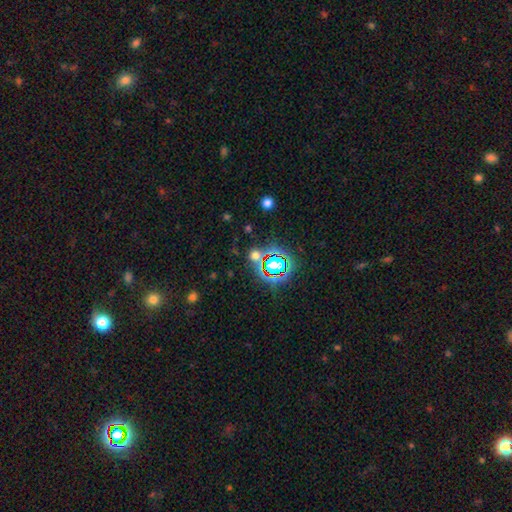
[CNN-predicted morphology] Smooth or featured?
  - star or artifact: 50% *
  - smooth: 41%
  - featured or disk: 9%